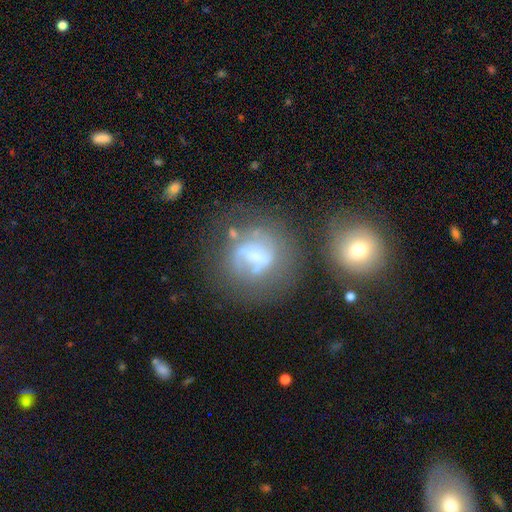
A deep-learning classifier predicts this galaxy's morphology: featured or disk 52%, smooth 36%, star or artifact 12%. Down the decision tree: edge-on disk — no (96%); merging — none (39%).